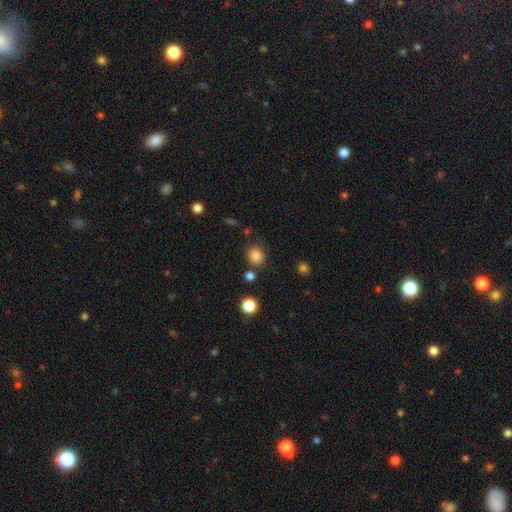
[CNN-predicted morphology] type=smooth (84%); roundness=round (83%); merging=none (79%).